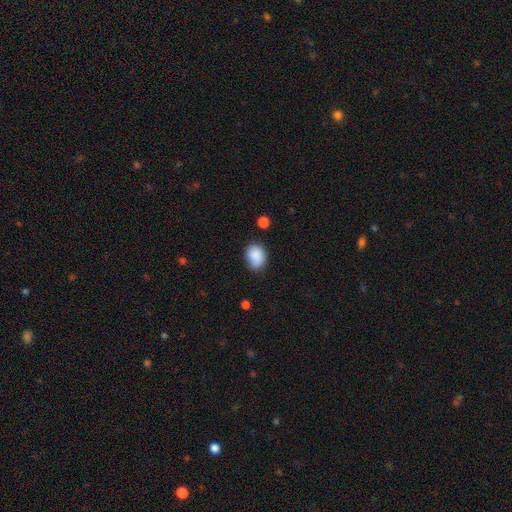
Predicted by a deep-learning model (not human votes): Smooth or featured?
  - smooth: 88% *
  - star or artifact: 8%
  - featured or disk: 4%
How rounded?
  - in between: 61% *
  - round: 38%
  - cigar-shaped: 1%
Merging?
  - none: 69% *
  - minor disturbance: 23%
  - major disturbance: 5%
  - merger: 3%